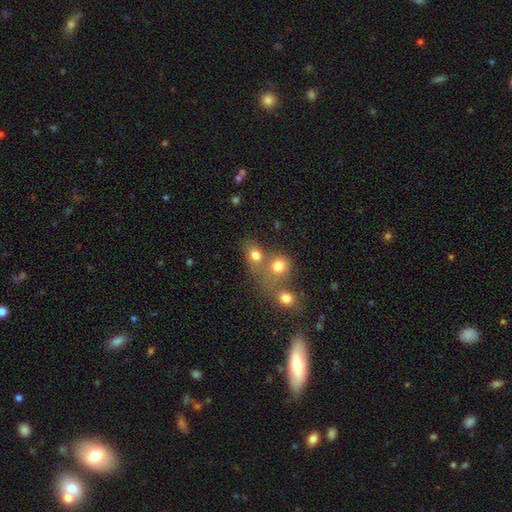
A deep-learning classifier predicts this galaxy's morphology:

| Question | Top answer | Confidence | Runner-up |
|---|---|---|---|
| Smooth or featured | smooth | 77% | star or artifact (13%) |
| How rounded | round | 62% | in between (36%) |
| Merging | merger | 46% | none (39%) |